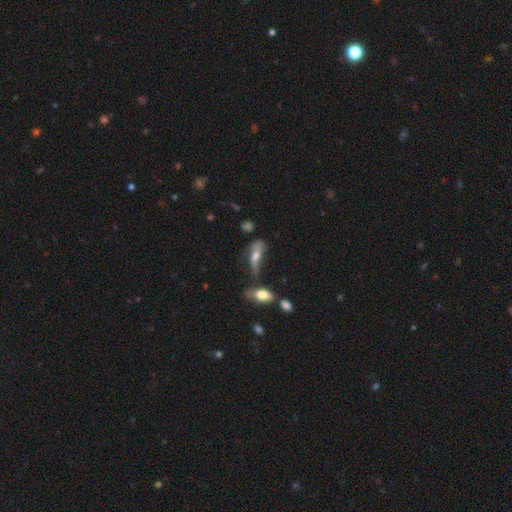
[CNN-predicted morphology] This appears to be a smooth galaxy with no disk features (51%) that is in between round and cigar-shaped (55%). Merging: none (33%).